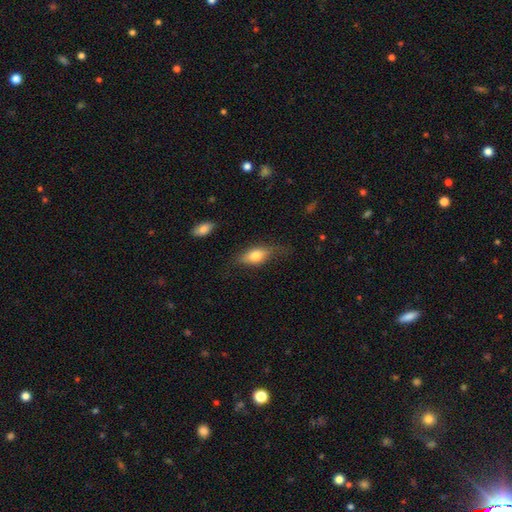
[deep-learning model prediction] The model was most divided on "merging": none: 62%, minor disturbance: 26%, major disturbance: 10%, merger: 2%. More confident: how rounded — in between (80%); smooth or featured — smooth (71%).